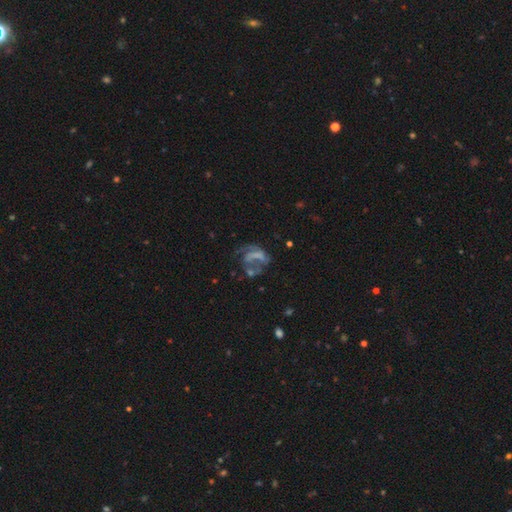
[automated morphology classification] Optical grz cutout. It shows a featured or disk galaxy (55%) with no bar (74%), no spiral arms (70%) and no central bulge (74%). Merging: major disturbance (44%).